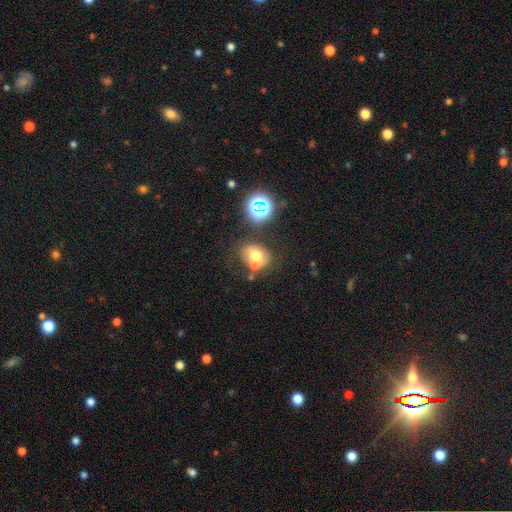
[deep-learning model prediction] Smooth or featured?
  - smooth: 58% *
  - featured or disk: 24%
  - star or artifact: 17%
How rounded?
  - in between: 54% *
  - round: 45%
  - cigar-shaped: 1%
Merging?
  - none: 50% *
  - merger: 28%
  - minor disturbance: 15%
  - major disturbance: 7%